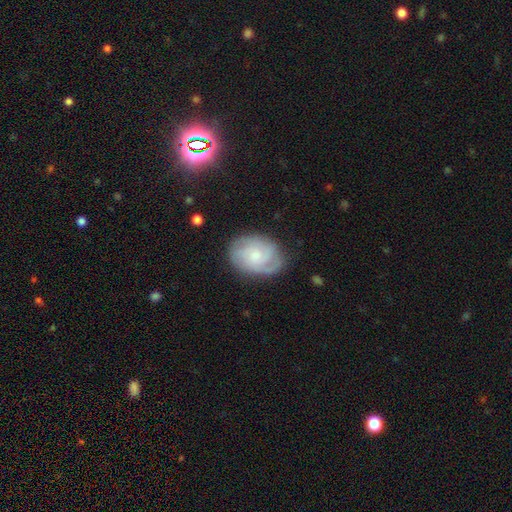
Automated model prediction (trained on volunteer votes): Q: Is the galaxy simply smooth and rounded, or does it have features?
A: featured or disk — 71%.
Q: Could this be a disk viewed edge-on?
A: no — 97%.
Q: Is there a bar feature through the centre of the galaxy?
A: no — 70%.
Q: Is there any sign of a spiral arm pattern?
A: yes — 94%.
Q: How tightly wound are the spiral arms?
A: tight — 53%.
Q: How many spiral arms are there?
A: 3 — 31%.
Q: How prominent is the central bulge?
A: small — 62%.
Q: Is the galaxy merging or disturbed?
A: none — 75%.